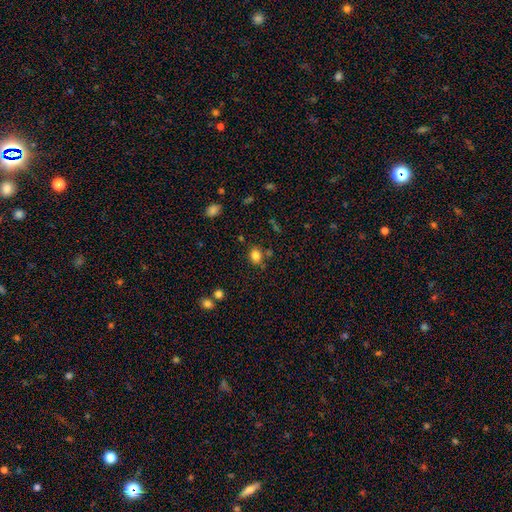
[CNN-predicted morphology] Smooth or featured? smooth (83%)
How rounded? round (53%)
Merging? none (78%)